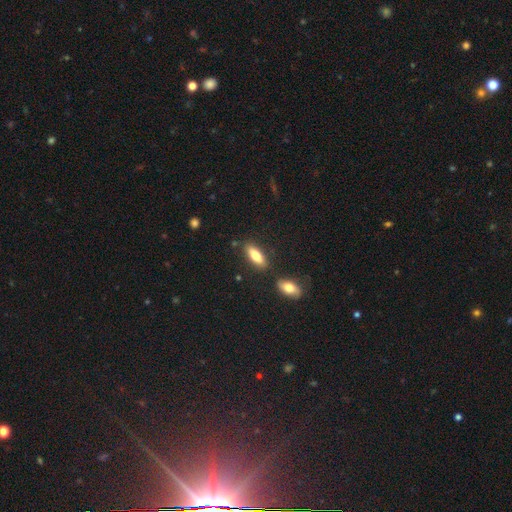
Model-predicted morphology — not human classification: Q: Smooth or featured?
A: smooth (78%); runner-up: featured or disk (16%)
Q: How rounded?
A: in between (65%); runner-up: cigar-shaped (33%)
Q: Merging?
A: none (79%); runner-up: minor disturbance (11%)